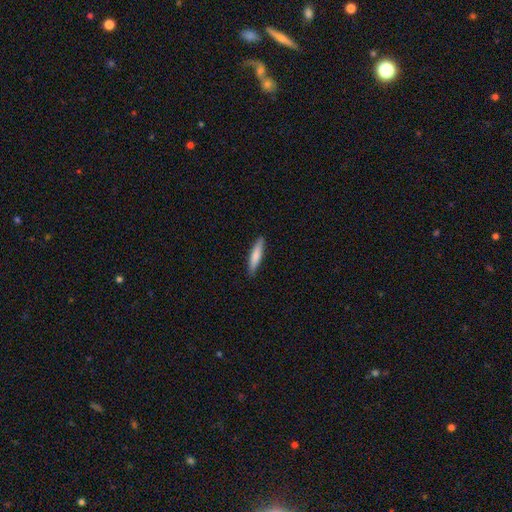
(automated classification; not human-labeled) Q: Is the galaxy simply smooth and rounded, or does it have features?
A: smooth — 78%.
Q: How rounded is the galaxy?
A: cigar-shaped — 84%.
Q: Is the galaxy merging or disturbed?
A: none — 89%.